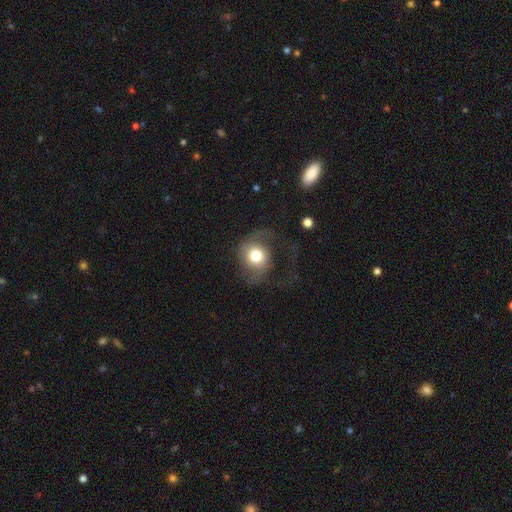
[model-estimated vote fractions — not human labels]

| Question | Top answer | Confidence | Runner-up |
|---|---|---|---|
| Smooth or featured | smooth | 53% | featured or disk (39%) |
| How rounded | round | 76% | in between (23%) |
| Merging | none | 41% | major disturbance (40%) |